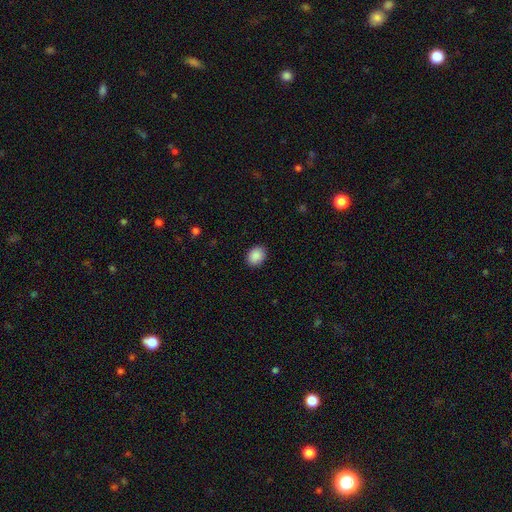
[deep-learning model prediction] Smooth or featured?
  - smooth: 90% *
  - star or artifact: 7%
  - featured or disk: 3%
How rounded?
  - in between: 62% *
  - round: 37%
  - cigar-shaped: 1%
Merging?
  - none: 88% *
  - minor disturbance: 9%
  - major disturbance: 2%
  - merger: 1%